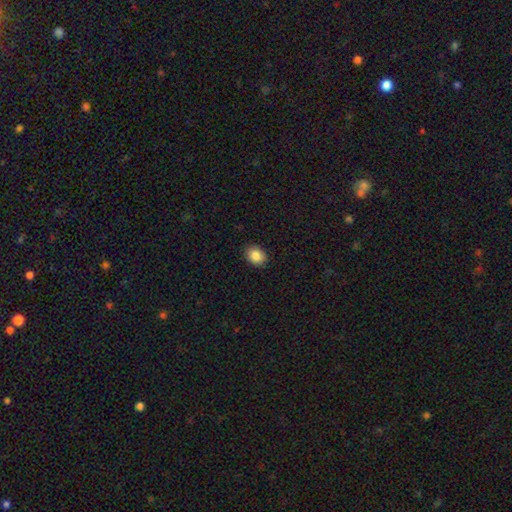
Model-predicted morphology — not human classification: Smooth or featured? smooth (87%)
How rounded? in between (53%)
Merging? none (90%)